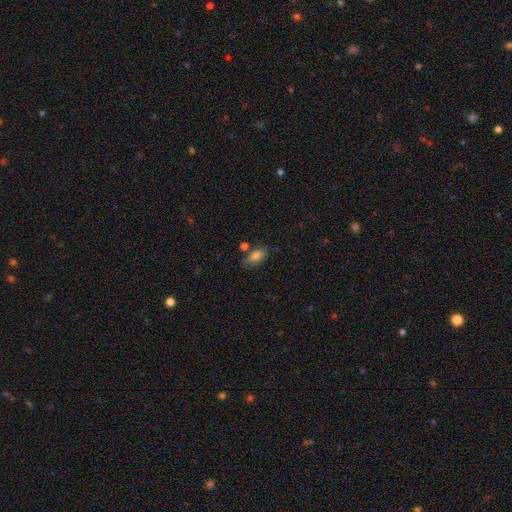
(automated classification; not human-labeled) Overall: smooth (80%). How rounded: in between (89%). Merging: none (63%).